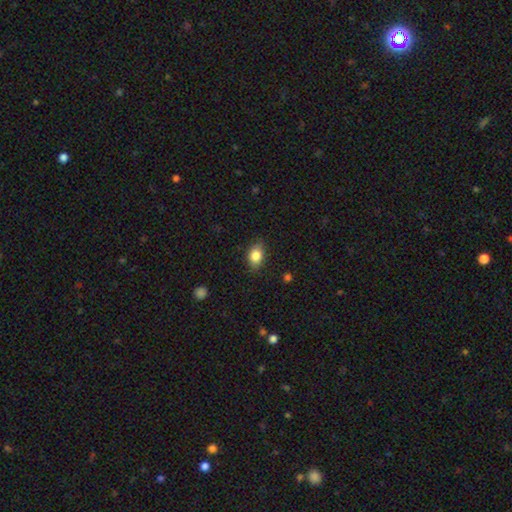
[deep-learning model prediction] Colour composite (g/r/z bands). It shows a smooth galaxy with no disk features (83%) that is in between round and cigar-shaped (75%). Merging: none (82%).